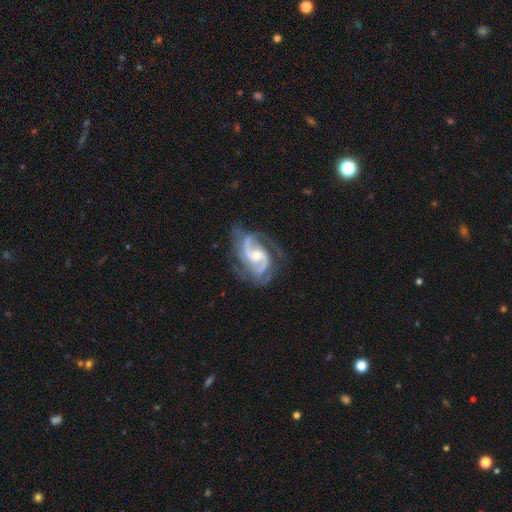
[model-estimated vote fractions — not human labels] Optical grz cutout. It shows a featured or disk galaxy (93%) with a weak bar (44%), 2 (73%) medium (58%) spiral arms (98%) and a moderate central bulge (50%). Merging: none (69%).